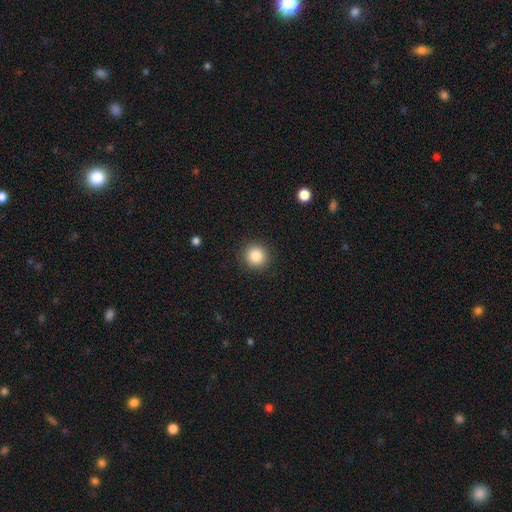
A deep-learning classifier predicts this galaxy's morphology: This is clearly a smooth galaxy (85%). How rounded: clearly round (93%). Merging: clearly none (91%).